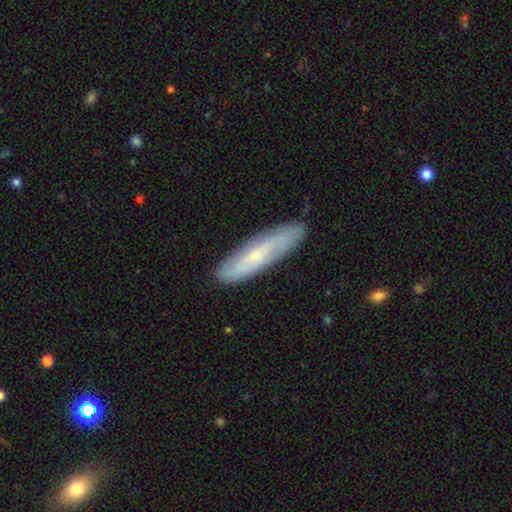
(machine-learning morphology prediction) A featured or disk galaxy (50%).

Vote fractions:
- Smooth or featured? featured or disk: 50% / smooth: 43% / star or artifact: 6%
- Edge-on disk? no: 60% / yes: 40%
- Merging? none: 85% / minor disturbance: 12% / major disturbance: 2% / merger: 1%